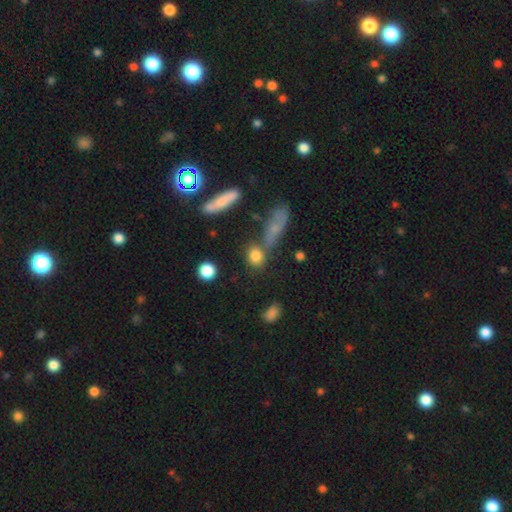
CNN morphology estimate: Smooth or featured? smooth (80%)
How rounded? round (54%)
Merging? none (62%)